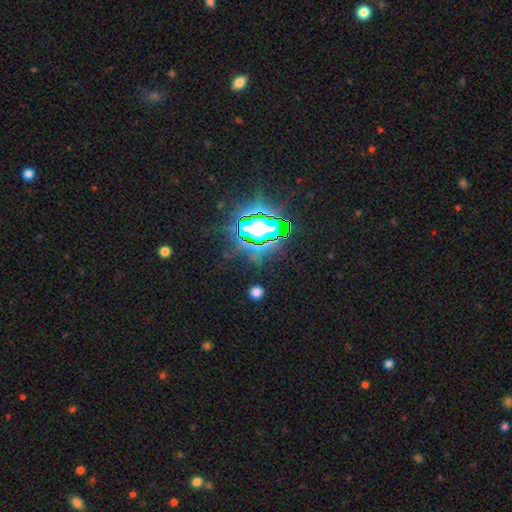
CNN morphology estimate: This appears to be a star or artifact, not a galaxy (77%).